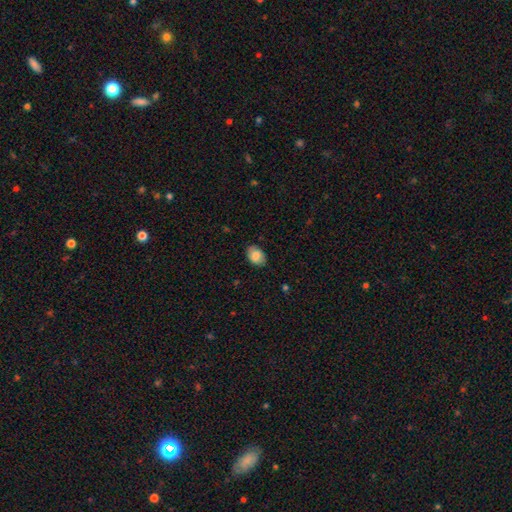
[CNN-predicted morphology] A smooth galaxy with no disk features (83%) that is in between round and cigar-shaped (83%).

Vote fractions:
- Smooth or featured? smooth: 83% / featured or disk: 10% / star or artifact: 7%
- How rounded? in between: 83% / round: 16% / cigar-shaped: 1%
- Merging? none: 83% / minor disturbance: 13% / major disturbance: 3% / merger: 1%